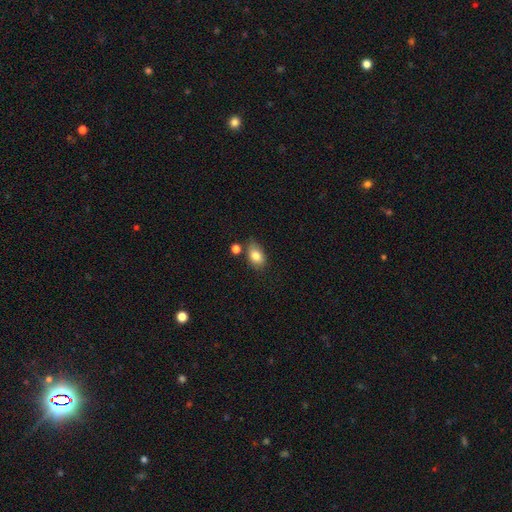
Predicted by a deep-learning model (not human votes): This is clearly a smooth galaxy (82%). How rounded: clearly in between (86%). Merging: likely none (69%).